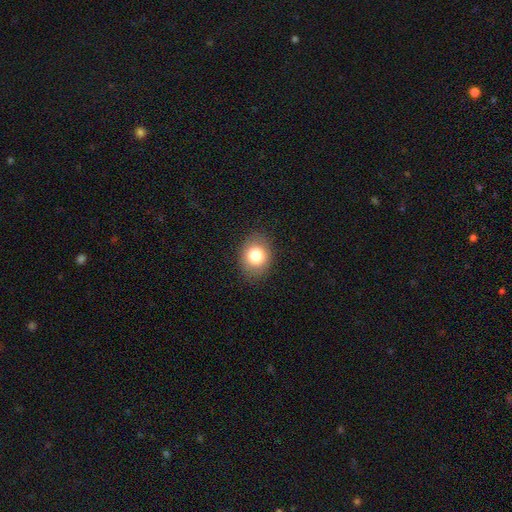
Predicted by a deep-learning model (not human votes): smooth 81%, star or artifact 10%, featured or disk 10%. Down the decision tree: how rounded — round (57%); merging — none (87%).